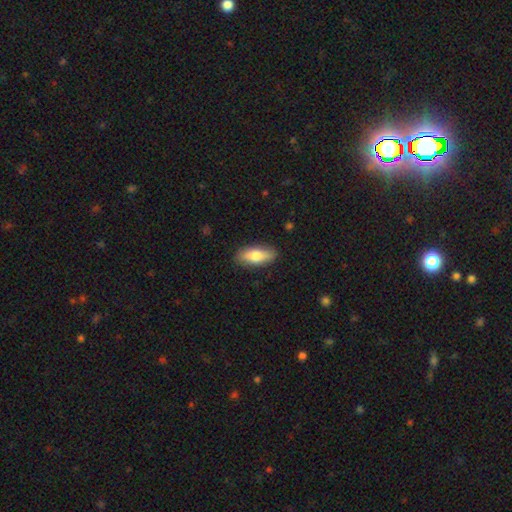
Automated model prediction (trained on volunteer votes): This appears to be a smooth galaxy with no disk features (73%) that is in between round and cigar-shaped (78%). Merging: none (86%).